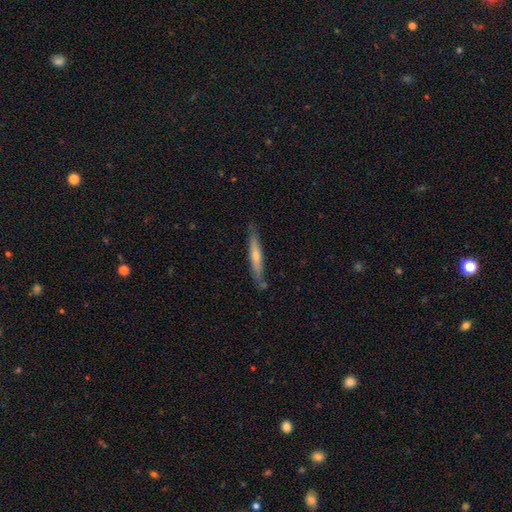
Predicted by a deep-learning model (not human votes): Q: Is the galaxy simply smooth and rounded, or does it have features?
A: featured or disk — 53%.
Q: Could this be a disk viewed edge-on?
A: yes — 91%.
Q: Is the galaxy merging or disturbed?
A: none — 81%.